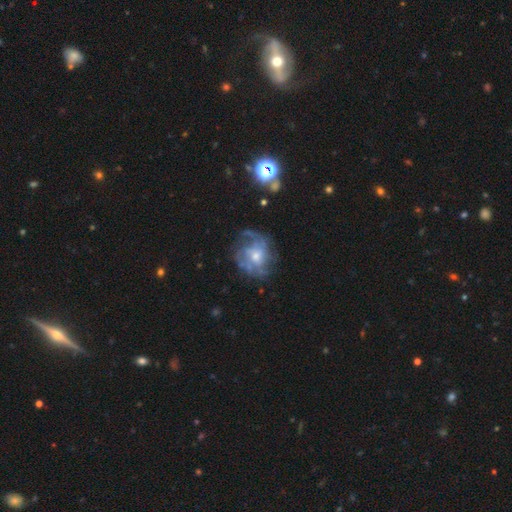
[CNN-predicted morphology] This is likely a featured or disk galaxy (76%). It is clearly not viewed edge-on (97%). Bar: likely no (70%). Spiral arm pattern: likely yes (79%). Spiral arm count: marginally can't tell (42%). Spiral winding: marginally medium (40%). Central bulge: possibly moderate (52%). Merging: likely none (60%).